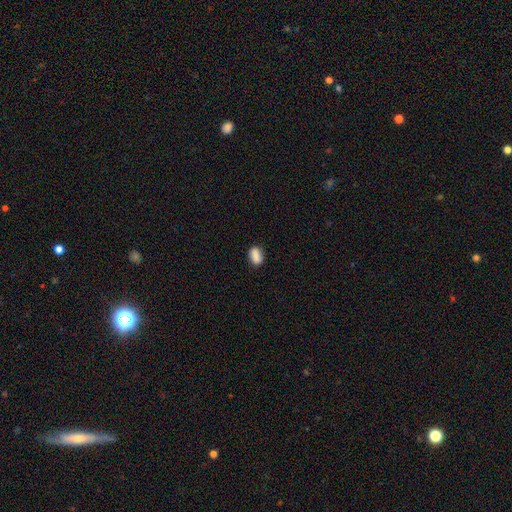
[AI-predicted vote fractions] smooth-or-featured: smooth: 84% | star or artifact: 8% | featured or disk: 8%
  how-rounded: in between: 83% | round: 13% | cigar-shaped: 4%
  merging: none: 77% | minor disturbance: 15% | merger: 5% | major disturbance: 3%